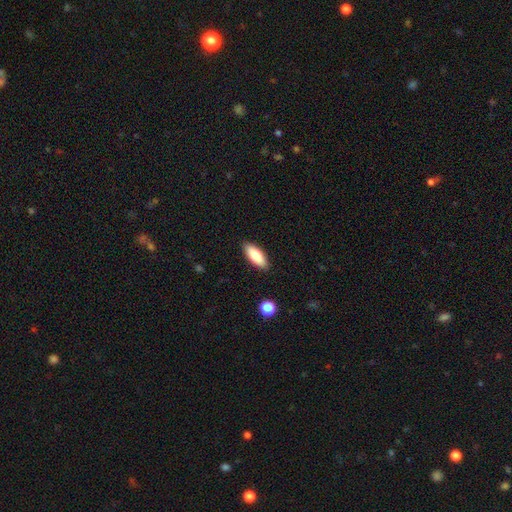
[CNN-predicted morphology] This is clearly a smooth galaxy (83%). How rounded: likely in between (74%). Merging: clearly none (88%).